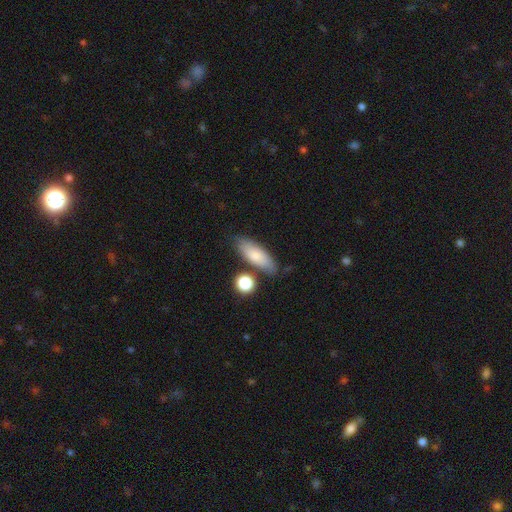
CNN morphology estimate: Smooth or featured? smooth (77%)
How rounded? in between (67%)
Merging? none (74%)